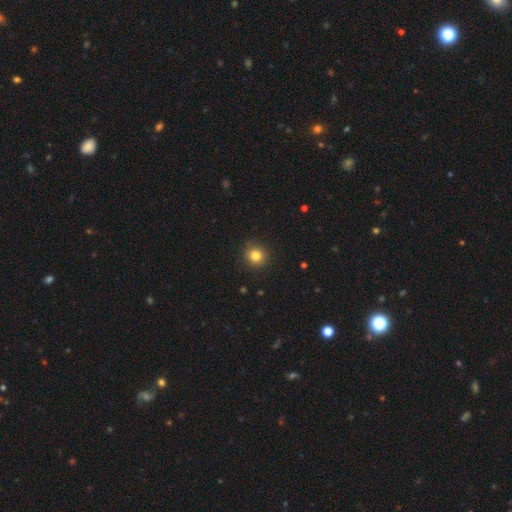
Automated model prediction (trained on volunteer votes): Smooth or featured? Predicted: smooth (p=0.82). How rounded? Predicted: round (p=0.92). Merging? Predicted: none (p=0.87).